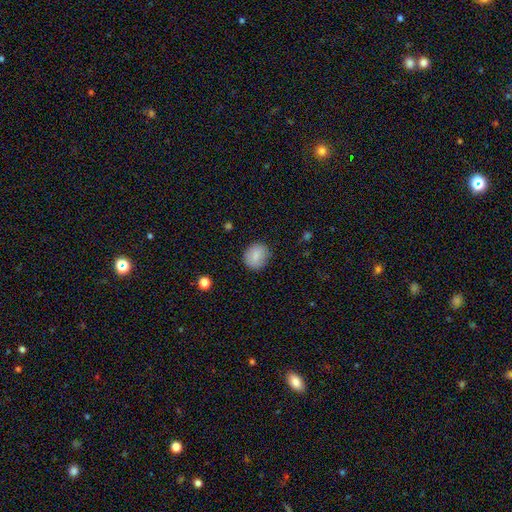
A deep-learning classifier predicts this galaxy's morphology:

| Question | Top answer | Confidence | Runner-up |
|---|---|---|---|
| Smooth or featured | smooth | 84% | star or artifact (8%) |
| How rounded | round | 78% | in between (21%) |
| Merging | none | 85% | minor disturbance (11%) |